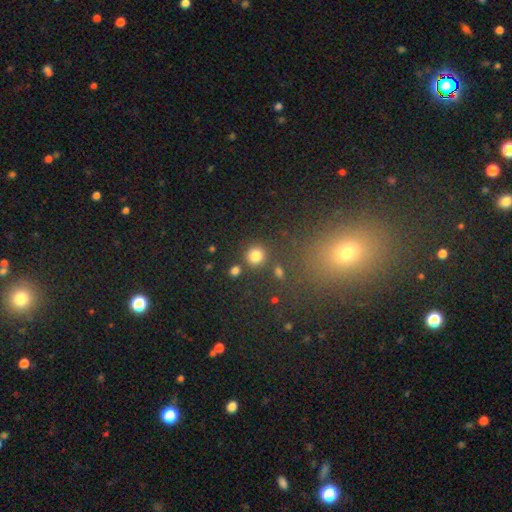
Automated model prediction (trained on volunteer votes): A smooth galaxy with no disk features (82%) that is round (91%).

Vote fractions:
- Smooth or featured? smooth: 82% / star or artifact: 13% / featured or disk: 5%
- How rounded? round: 91% / in between: 8% / cigar-shaped: 1%
- Merging? none: 82% / minor disturbance: 7% / merger: 7% / major disturbance: 3%